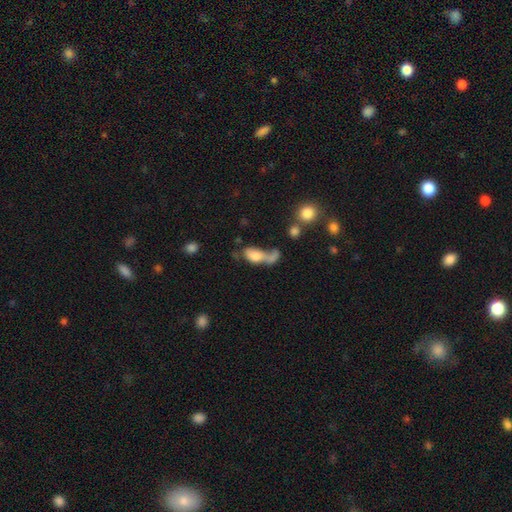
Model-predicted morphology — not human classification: A smooth galaxy with no disk features (67%) that is in between round and cigar-shaped (82%).

Vote fractions:
- Smooth or featured? smooth: 67% / featured or disk: 22% / star or artifact: 11%
- How rounded? in between: 82% / round: 10% / cigar-shaped: 8%
- Merging? merger: 46% / major disturbance: 25% / none: 18% / minor disturbance: 11%